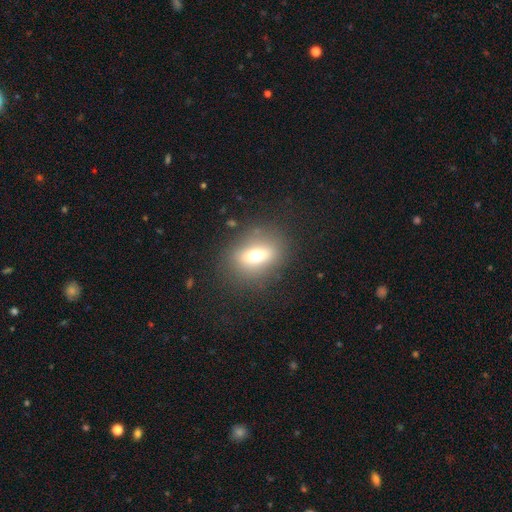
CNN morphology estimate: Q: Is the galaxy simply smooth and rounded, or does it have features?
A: smooth — 62%.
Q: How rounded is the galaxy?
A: in between — 52%.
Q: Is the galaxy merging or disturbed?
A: none — 81%.